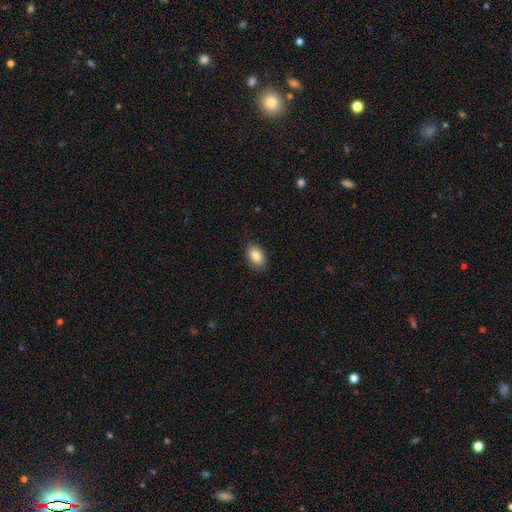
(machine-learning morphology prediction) This is clearly a smooth galaxy (85%). How rounded: clearly in between (88%). Merging: clearly none (86%).